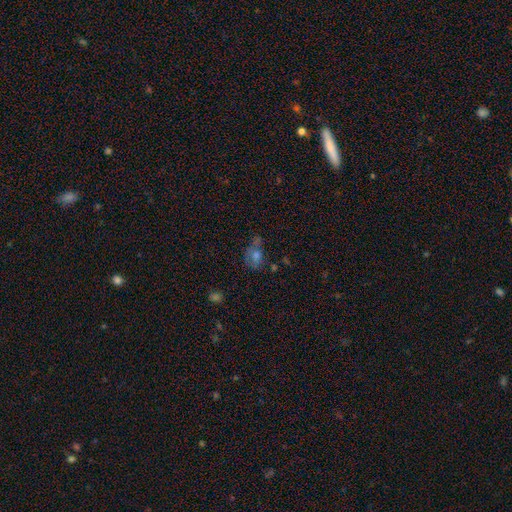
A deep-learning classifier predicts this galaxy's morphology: This is possibly a smooth galaxy (50%). Merging: marginally none (38%).